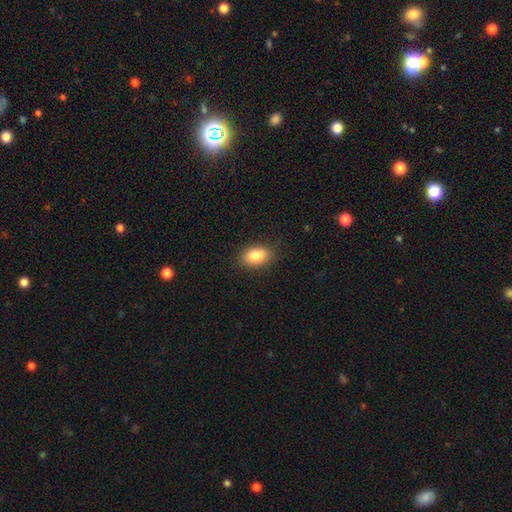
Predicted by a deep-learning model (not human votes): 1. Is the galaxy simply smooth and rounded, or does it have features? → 85% smooth, 8% star or artifact, 7% featured or disk.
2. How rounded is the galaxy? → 86% in between, 13% round, 2% cigar-shaped.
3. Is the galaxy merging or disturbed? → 87% none, 9% minor disturbance, 2% major disturbance, 1% merger.